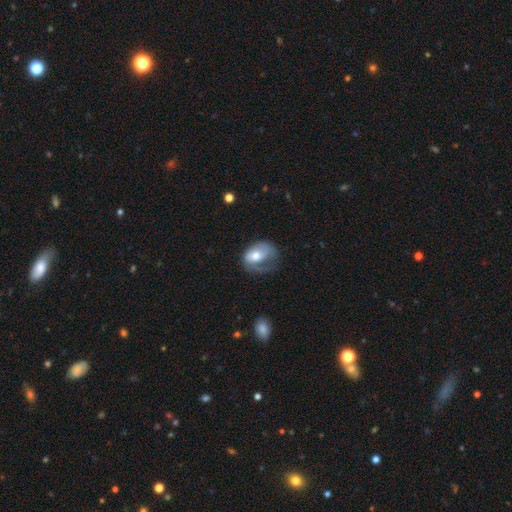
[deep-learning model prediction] smooth 49%, featured or disk 44%, star or artifact 7%. Down the decision tree: merging — major disturbance (41%).